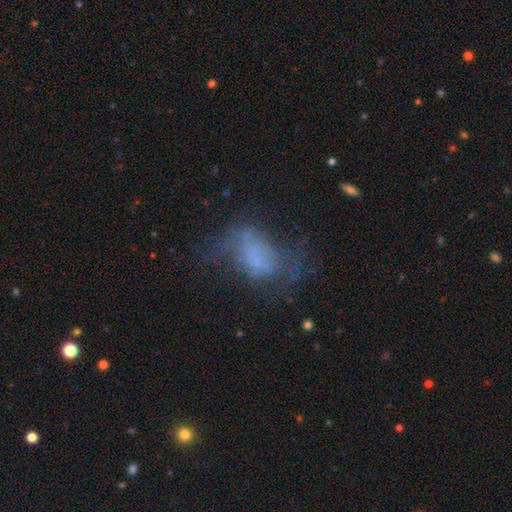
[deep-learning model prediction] smooth-or-featured: smooth: 42% | featured or disk: 40% | star or artifact: 17%
  merging: major disturbance: 37% | none: 35% | minor disturbance: 23% | merger: 5%